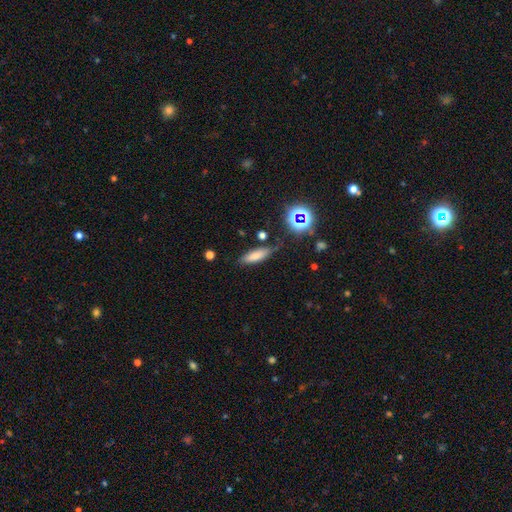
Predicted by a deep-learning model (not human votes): A smooth galaxy with no disk features (72%) that is cigar-shaped (49%).

Vote fractions:
- Smooth or featured? smooth: 72% / featured or disk: 14% / star or artifact: 14%
- How rounded? cigar-shaped: 49% / in between: 47% / round: 4%
- Merging? none: 73% / minor disturbance: 17% / major disturbance: 5% / merger: 4%